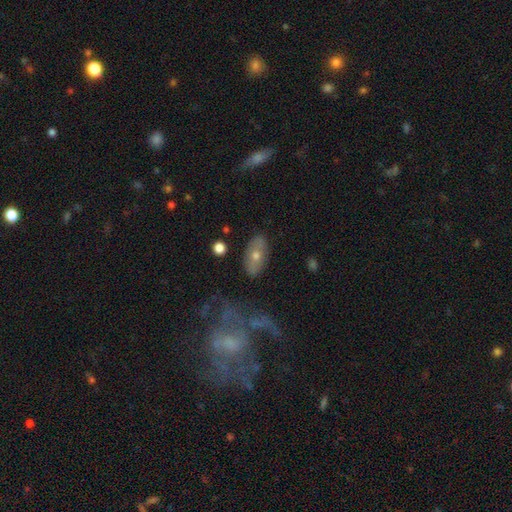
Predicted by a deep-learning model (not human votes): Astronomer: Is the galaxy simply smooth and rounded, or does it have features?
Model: smooth — 51% (runner-up: featured or disk, 40%).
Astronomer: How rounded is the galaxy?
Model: in between — 88%.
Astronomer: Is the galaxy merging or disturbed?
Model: none — 79%.